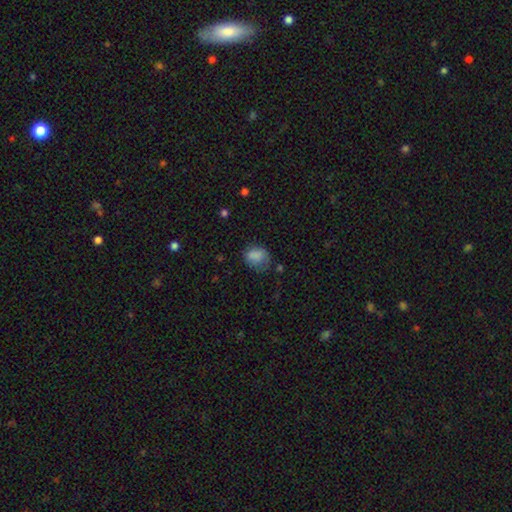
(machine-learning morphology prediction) Smooth or featured?
  - smooth: 81% *
  - featured or disk: 10%
  - star or artifact: 10%
How rounded?
  - round: 55% *
  - in between: 44%
  - cigar-shaped: 1%
Merging?
  - none: 50% *
  - minor disturbance: 30%
  - major disturbance: 18%
  - merger: 2%